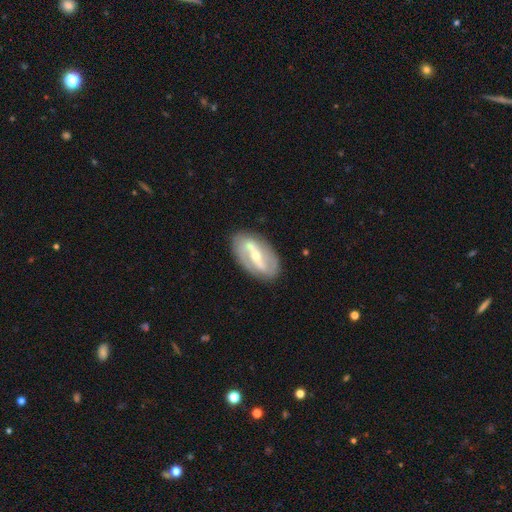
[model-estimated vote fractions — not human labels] The model was most divided on "bulge size" (2-way tie): small: 48%, moderate: 48%, large: 2%, none: 1%, dominant: 1%. Remaining: edge-on disk — no (92%); spiral arm count — 2 (87%); merging — none (84%); smooth or featured — featured or disk (82%); spiral arms — yes (80%); bar — strong (63%); spiral winding — loose (41%).